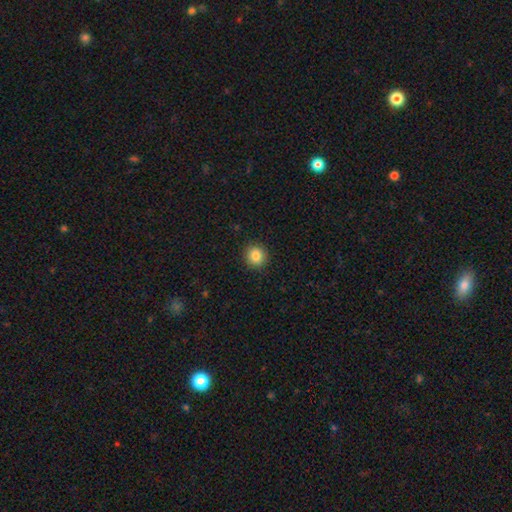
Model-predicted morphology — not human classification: Smooth or featured: smooth — 85% (star or artifact — 10%)
How rounded: round — 88% (in between — 11%)
Merging: none — 91% (minor disturbance — 6%)